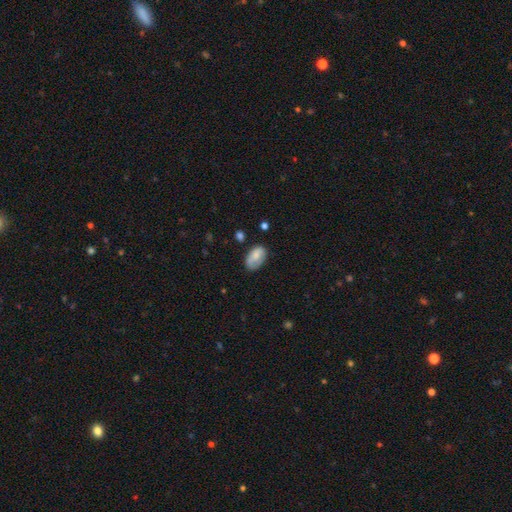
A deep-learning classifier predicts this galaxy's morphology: Smooth or featured? Predicted: smooth (p=0.75). How rounded? Predicted: in between (p=0.91). Merging? Predicted: none (p=0.59).